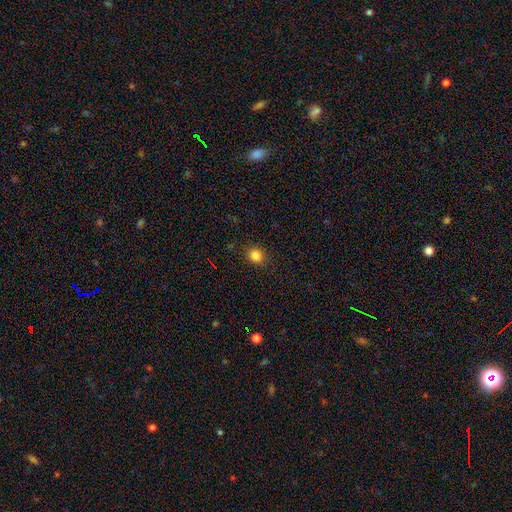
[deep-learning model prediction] Q: Smooth or featured?
A: smooth (83%); runner-up: star or artifact (12%)
Q: How rounded?
A: round (76%); runner-up: in between (23%)
Q: Merging?
A: none (88%); runner-up: minor disturbance (9%)